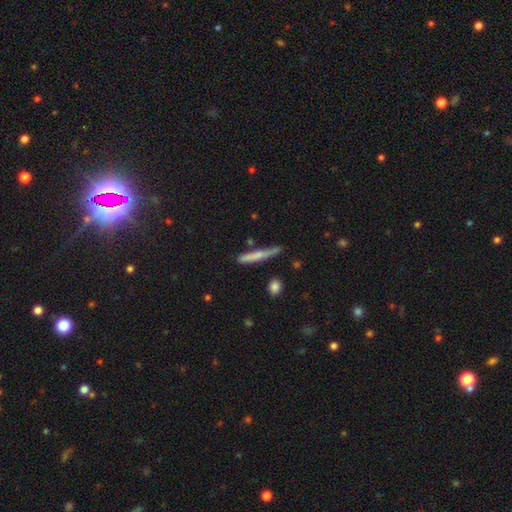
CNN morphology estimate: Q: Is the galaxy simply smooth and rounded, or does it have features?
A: smooth — 61%.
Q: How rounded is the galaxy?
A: cigar-shaped — 94%.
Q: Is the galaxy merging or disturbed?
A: none — 72%.